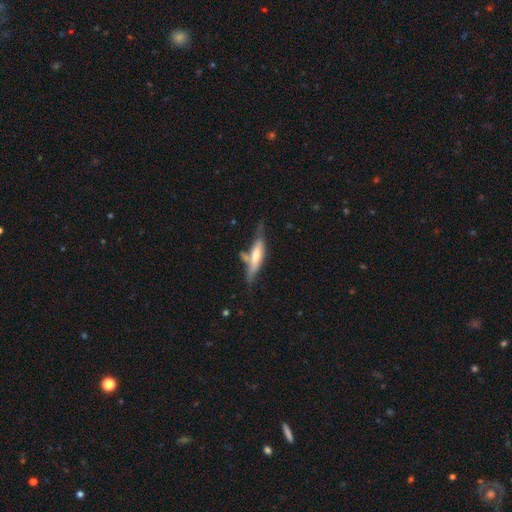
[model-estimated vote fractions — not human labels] Smooth or featured? Predicted: featured or disk (p=0.57). Edge-on disk? Predicted: yes (p=0.87). Merging? Predicted: none (p=0.54).